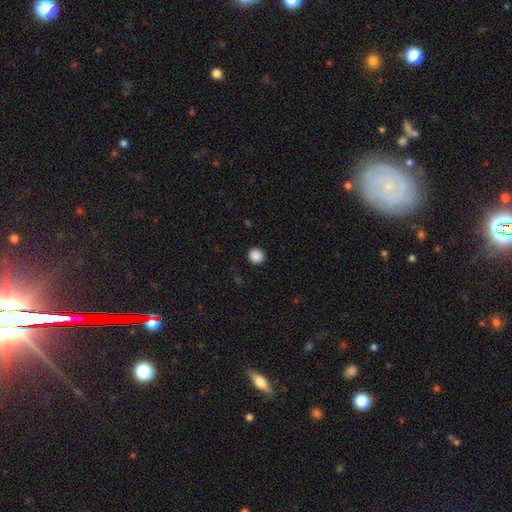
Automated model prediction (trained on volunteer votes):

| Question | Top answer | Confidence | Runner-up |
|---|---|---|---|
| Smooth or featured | smooth | 88% | star or artifact (9%) |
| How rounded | round | 90% | in between (9%) |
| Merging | none | 91% | minor disturbance (6%) |